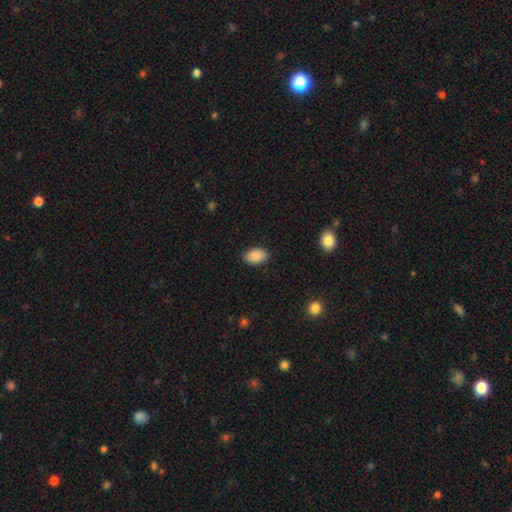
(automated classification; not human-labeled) Morphology: type=smooth (89%); roundness=in between (89%); merging=none (87%).